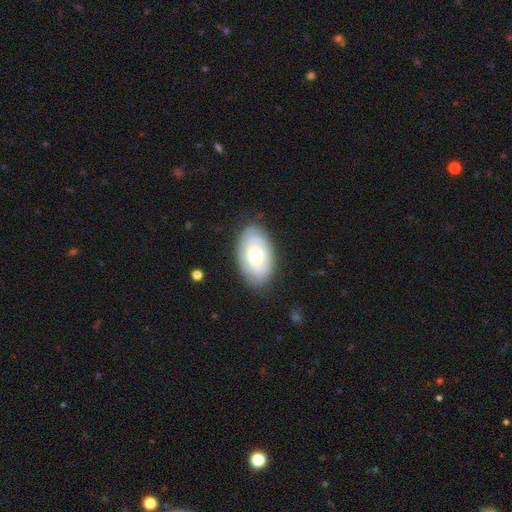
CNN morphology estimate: smooth_or_featured: smooth (p=0.52) [alt: featured or disk p=0.42]
how_rounded: in between (p=0.92) [alt: round p=0.07]
merging: none (p=0.78) [alt: minor disturbance p=0.16]